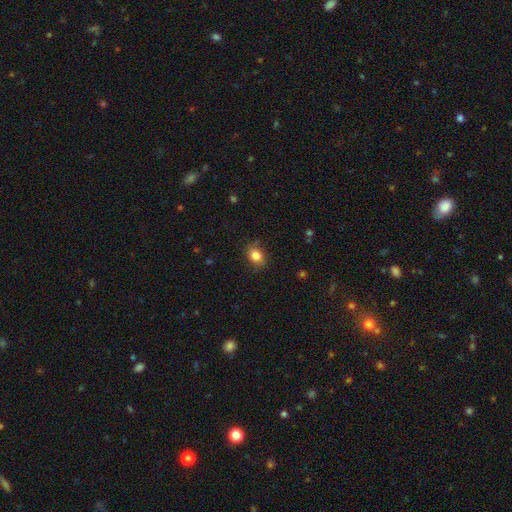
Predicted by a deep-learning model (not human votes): The model was most divided on "how rounded": in between: 56%, round: 43%, cigar-shaped: 1%. More confident: smooth or featured — smooth (83%); merging — none (80%).